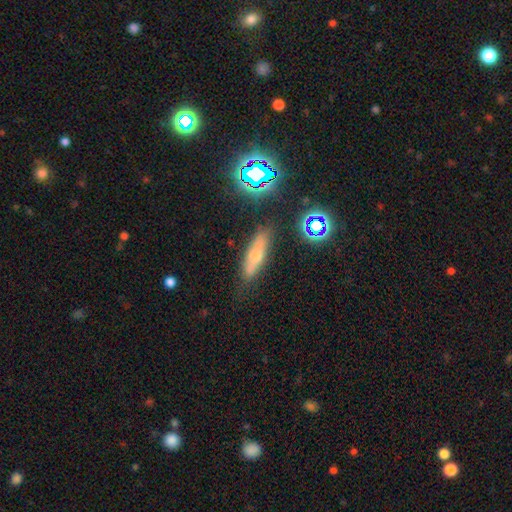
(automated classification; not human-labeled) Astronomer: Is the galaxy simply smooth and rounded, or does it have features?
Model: smooth — 52% (runner-up: featured or disk, 30%).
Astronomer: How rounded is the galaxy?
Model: cigar-shaped — 57% (runner-up: in between, 38%).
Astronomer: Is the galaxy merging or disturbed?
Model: none — 76%.